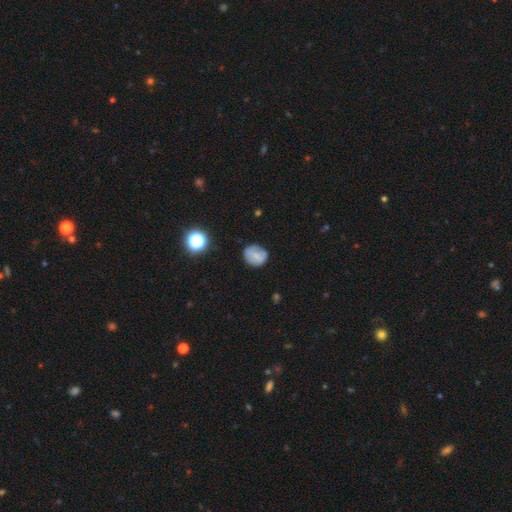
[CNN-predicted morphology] Smooth or featured? smooth (68%)
How rounded? round (70%)
Merging? none (76%)